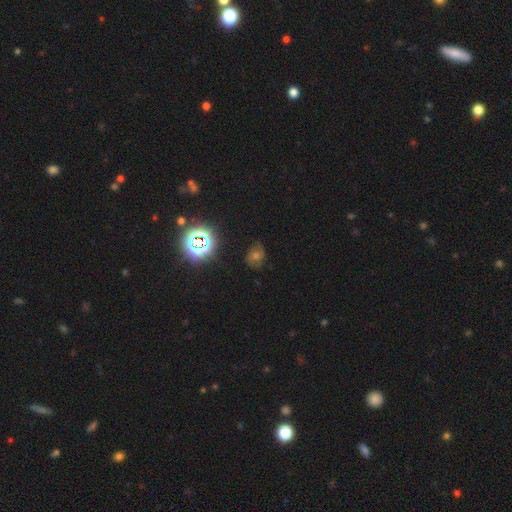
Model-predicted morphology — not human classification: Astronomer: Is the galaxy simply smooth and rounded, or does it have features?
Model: star or artifact — 44% (runner-up: featured or disk, 28%).